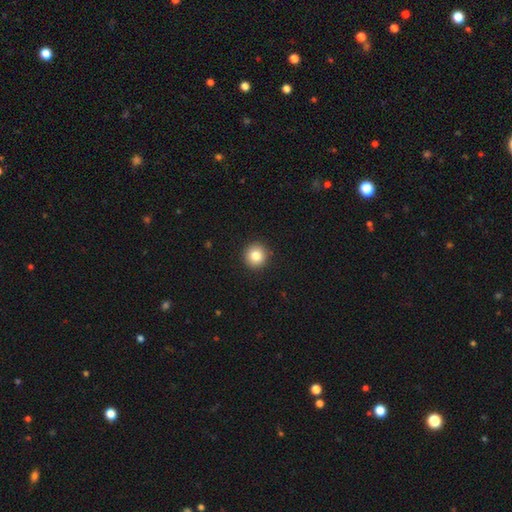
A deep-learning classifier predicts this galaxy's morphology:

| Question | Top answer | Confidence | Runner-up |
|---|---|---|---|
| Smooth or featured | smooth | 83% | star or artifact (10%) |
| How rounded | round | 94% | in between (5%) |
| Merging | none | 93% | minor disturbance (5%) |